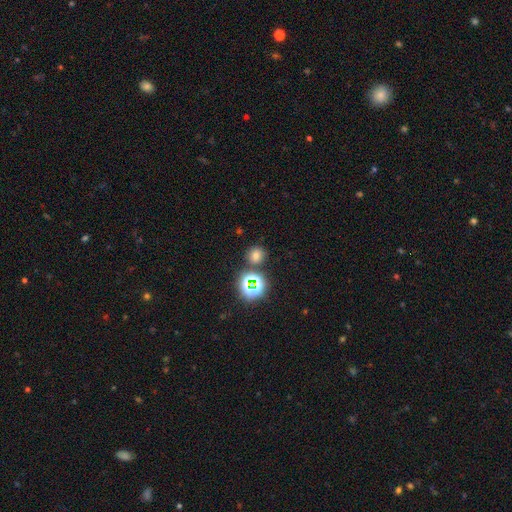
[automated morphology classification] Smooth or featured?
  - smooth: 66% *
  - star or artifact: 28%
  - featured or disk: 7%
How rounded?
  - round: 86% *
  - in between: 13%
  - cigar-shaped: 1%
Merging?
  - none: 80% *
  - minor disturbance: 9%
  - merger: 8%
  - major disturbance: 3%